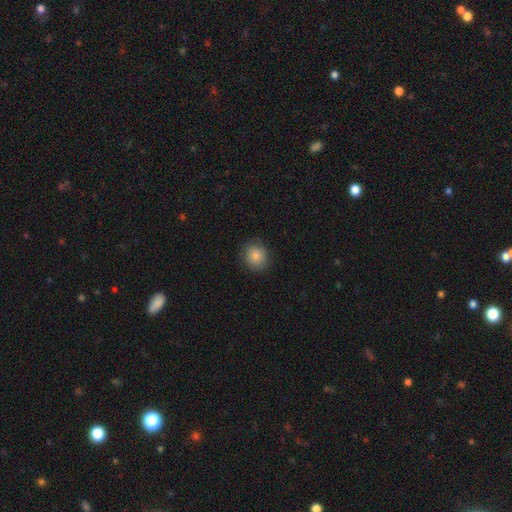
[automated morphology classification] Smooth or featured? smooth (83%)
How rounded? round (83%)
Merging? none (86%)